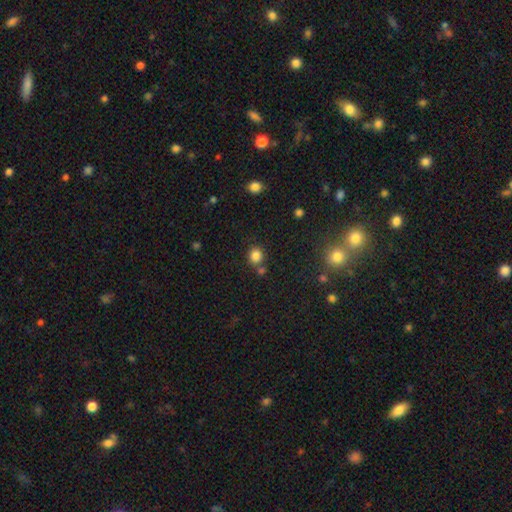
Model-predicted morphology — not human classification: Smooth or featured?
  - smooth: 82% *
  - star or artifact: 12%
  - featured or disk: 5%
How rounded?
  - round: 77% *
  - in between: 22%
  - cigar-shaped: 1%
Merging?
  - none: 70% *
  - merger: 17%
  - minor disturbance: 10%
  - major disturbance: 3%